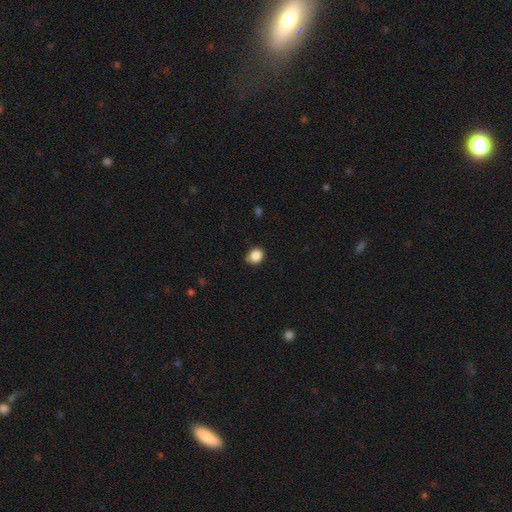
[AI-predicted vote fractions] Smooth or featured? Predicted: smooth (p=0.86). How rounded? Predicted: round (p=0.69). Merging? Predicted: none (p=0.72).